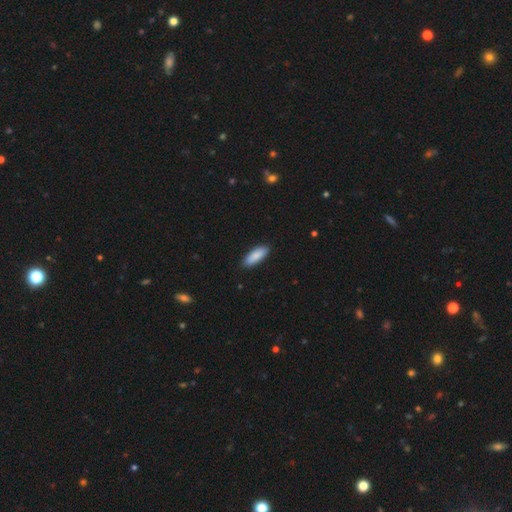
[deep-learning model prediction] A smooth galaxy with no disk features (87%) that is in between round and cigar-shaped (67%).

Vote fractions:
- Smooth or featured? smooth: 87% / featured or disk: 8% / star or artifact: 5%
- How rounded? in between: 67% / cigar-shaped: 31% / round: 2%
- Merging? none: 88% / minor disturbance: 9% / major disturbance: 2% / merger: 1%